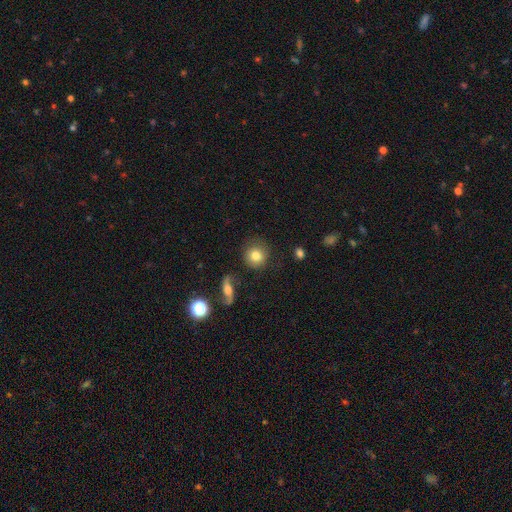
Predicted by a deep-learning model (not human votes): smooth_or_featured: smooth (p=0.79) [alt: featured or disk p=0.12]
how_rounded: round (p=0.91) [alt: in between p=0.08]
merging: none (p=0.83) [alt: minor disturbance p=0.11]